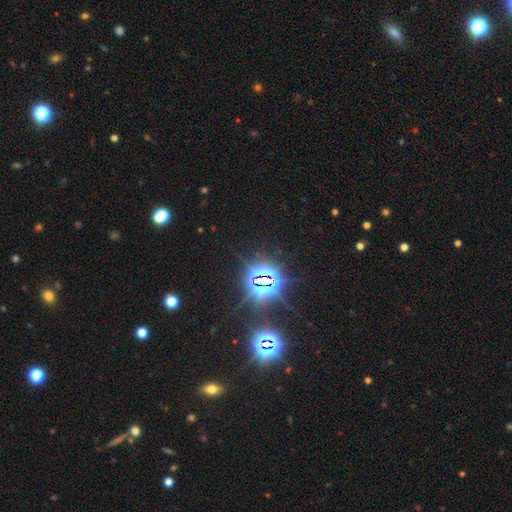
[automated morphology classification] smooth_or_featured: star or artifact (p=0.82) [alt: smooth p=0.11]